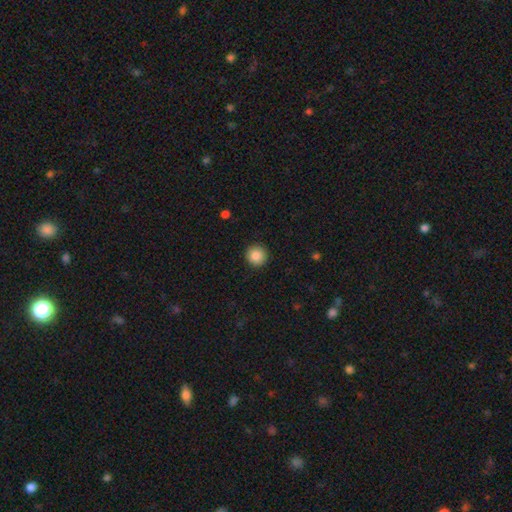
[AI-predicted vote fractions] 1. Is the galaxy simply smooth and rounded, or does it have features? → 87% smooth, 9% star or artifact, 4% featured or disk.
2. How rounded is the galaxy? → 95% round, 4% in between, 1% cigar-shaped.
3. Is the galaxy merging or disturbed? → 92% none, 5% minor disturbance, 2% major disturbance, 1% merger.